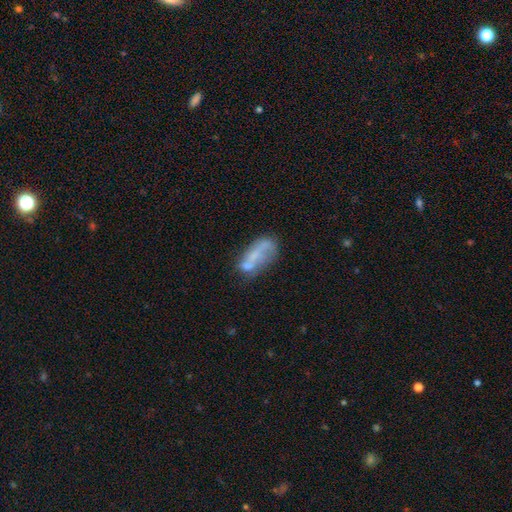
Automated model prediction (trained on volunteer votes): Smooth or featured?
  - featured or disk: 48% *
  - smooth: 42%
  - star or artifact: 10%
Merging?
  - none: 35% *
  - minor disturbance: 23%
  - major disturbance: 22%
  - merger: 20%